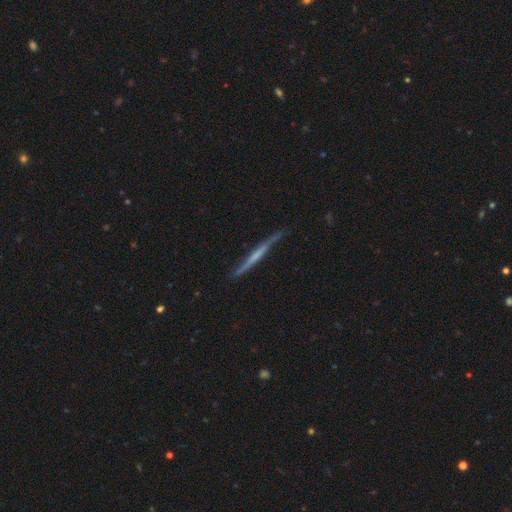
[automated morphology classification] Smooth or featured? Predicted: featured or disk (p=0.60). Edge-on disk? Predicted: yes (p=0.96). Edge-on bulge? Predicted: none (p=0.72). Merging? Predicted: none (p=0.82).